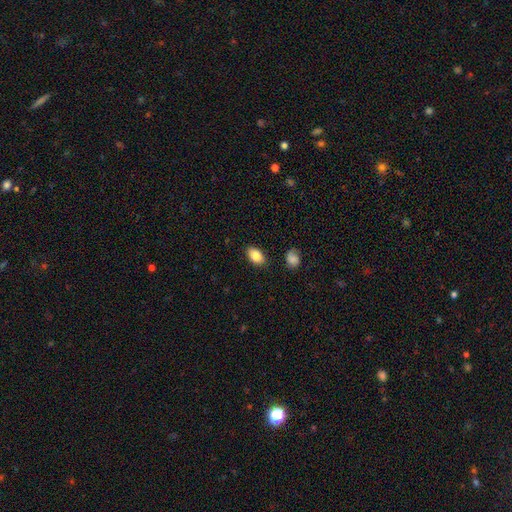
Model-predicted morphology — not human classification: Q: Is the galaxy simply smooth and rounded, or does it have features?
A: smooth — 85%.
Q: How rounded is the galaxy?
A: in between — 91%.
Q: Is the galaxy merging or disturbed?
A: none — 86%.